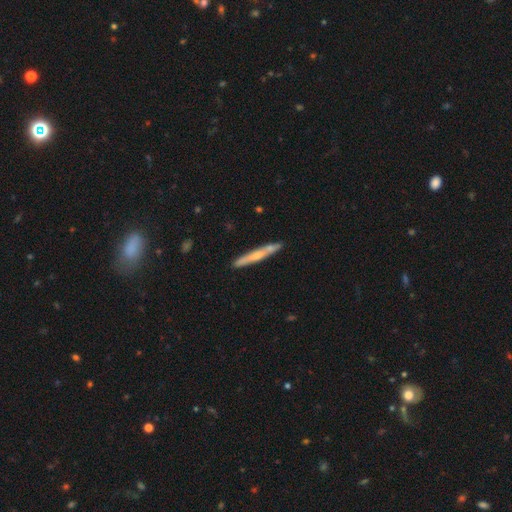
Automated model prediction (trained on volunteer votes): This appears to be a smooth galaxy with no disk features (48%). Merging: none (83%).